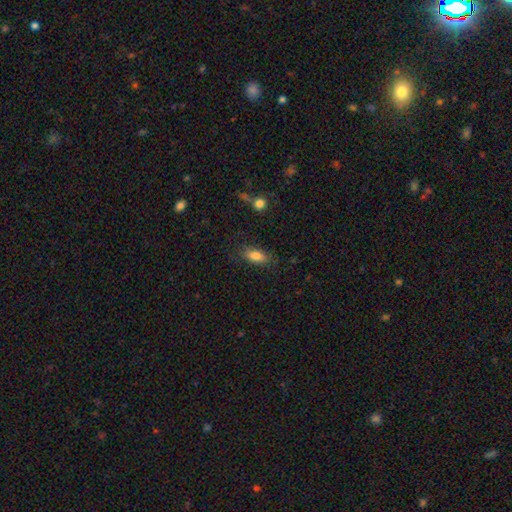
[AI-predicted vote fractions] A smooth galaxy with no disk features (82%) that is in between round and cigar-shaped (84%). Merging: none (79%).